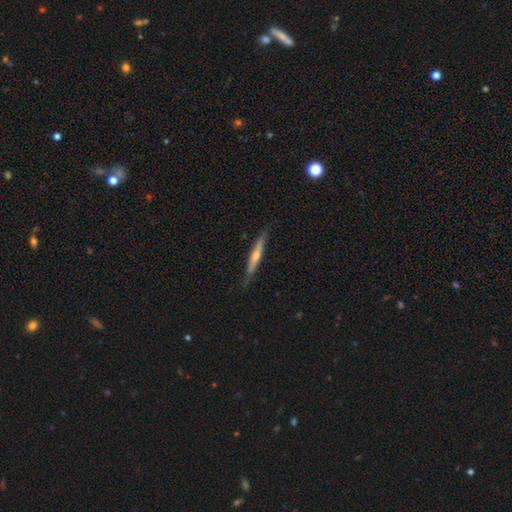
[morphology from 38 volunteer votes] featured or disk 71%, smooth 26%, star or artifact 3%. Down the decision tree: edge-on disk — yes (100%); edge-on bulge — rounded (78%); merging — none (81%).